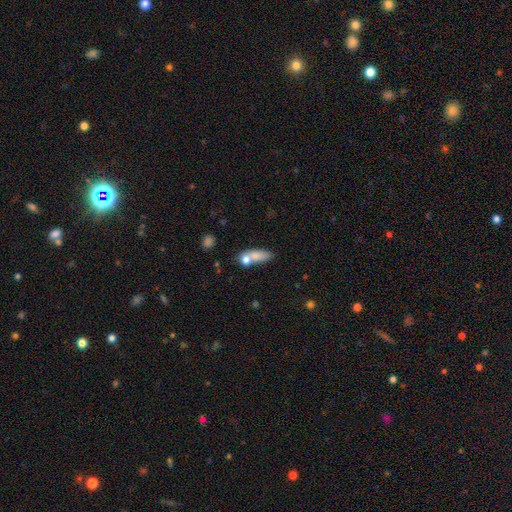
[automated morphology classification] A smooth galaxy with no disk features (75%) that is in between round and cigar-shaped (59%). Merging: none (41%).